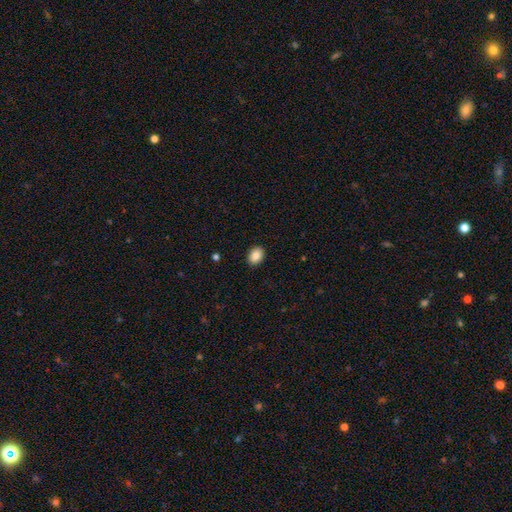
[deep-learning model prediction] Morphology: type=smooth (87%); roundness=in between (70%); merging=none (91%).